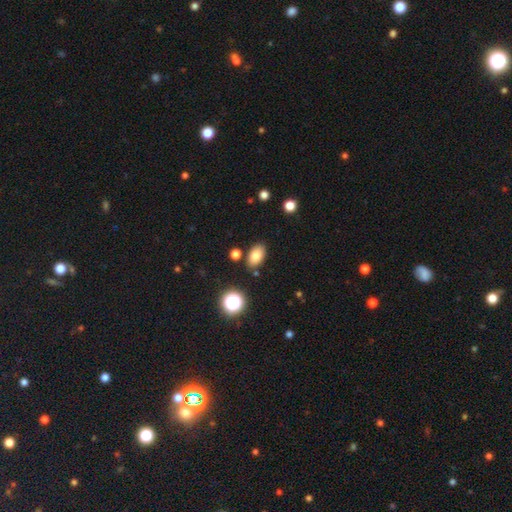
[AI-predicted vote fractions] Smooth or featured?
  - smooth: 80% *
  - star or artifact: 11%
  - featured or disk: 9%
How rounded?
  - in between: 89% *
  - round: 9%
  - cigar-shaped: 2%
Merging?
  - none: 83% *
  - minor disturbance: 10%
  - merger: 4%
  - major disturbance: 3%